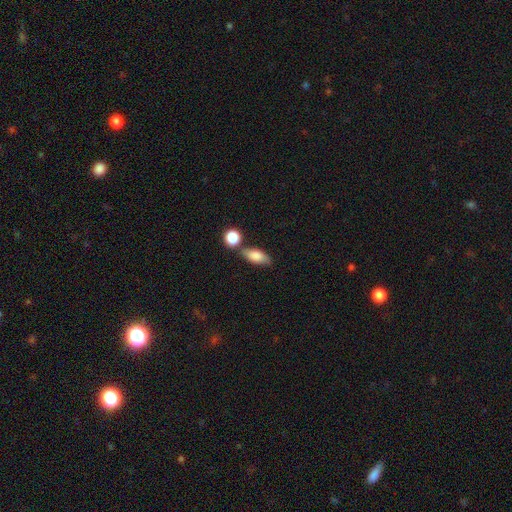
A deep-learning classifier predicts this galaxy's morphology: This is likely a smooth galaxy (79%). How rounded: clearly in between (80%). Merging: likely none (62%).